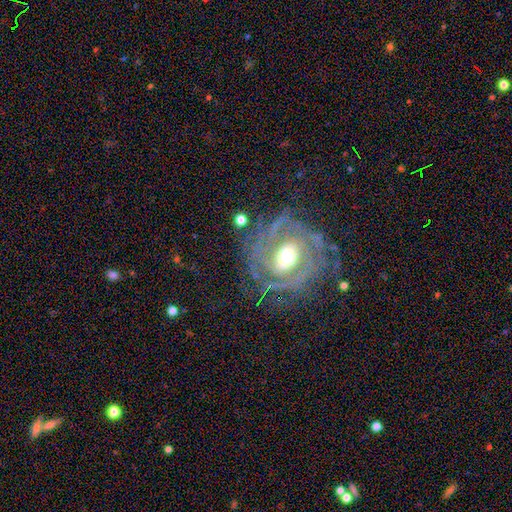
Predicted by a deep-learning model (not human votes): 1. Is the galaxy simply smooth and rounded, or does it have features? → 80% featured or disk, 11% star or artifact, 9% smooth.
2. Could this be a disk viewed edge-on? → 94% no, 6% yes.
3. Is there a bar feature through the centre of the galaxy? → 40% weak, 32% strong, 28% no.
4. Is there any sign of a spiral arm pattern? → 86% yes, 14% no.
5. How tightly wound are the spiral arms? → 65% tight, 27% medium, 7% loose.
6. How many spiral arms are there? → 42% 2, 25% can't tell, 17% 3, 6% 4, 6% 1, 5% more than 4.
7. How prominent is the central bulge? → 70% moderate, 16% small, 11% large, 2% dominant, 1% none.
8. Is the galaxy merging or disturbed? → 74% none, 14% minor disturbance, 10% major disturbance, 2% merger.